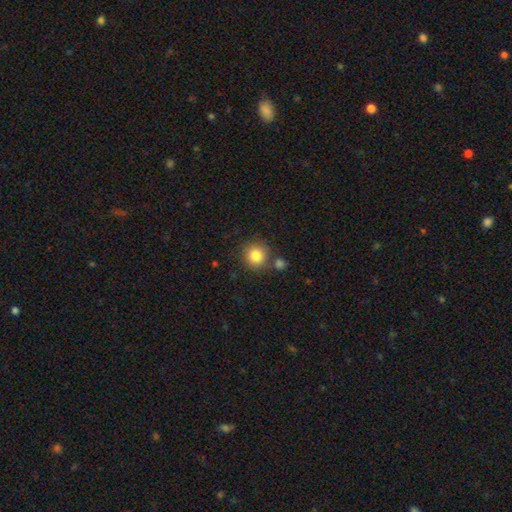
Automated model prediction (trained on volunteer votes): smooth_or_featured: smooth (p=0.84) [alt: star or artifact p=0.10]
how_rounded: round (p=0.90) [alt: in between p=0.09]
merging: none (p=0.73) [alt: merger p=0.13]